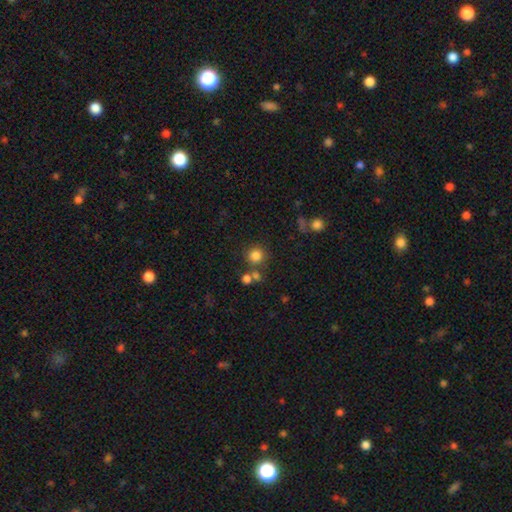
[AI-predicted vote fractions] This is clearly a smooth galaxy (81%). How rounded: clearly round (91%). Merging: likely none (73%).